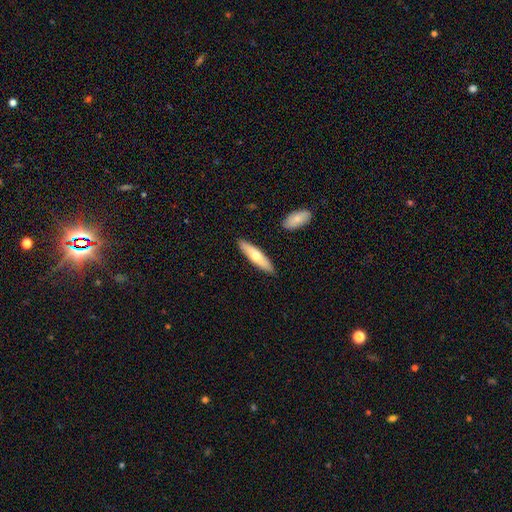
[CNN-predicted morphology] Smooth or featured? smooth (64%)
How rounded? cigar-shaped (70%)
Merging? none (88%)